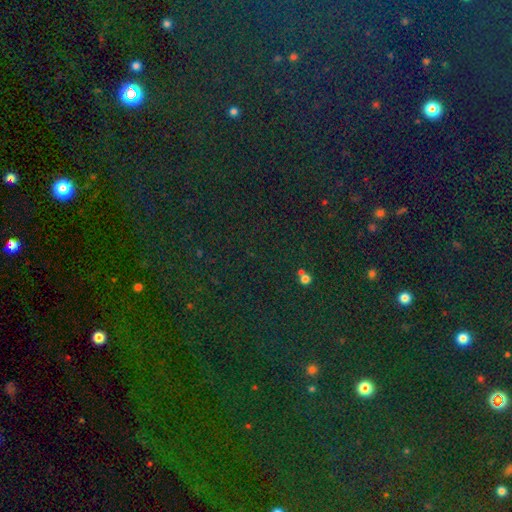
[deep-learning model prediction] A star or artifact, not a galaxy (77%).